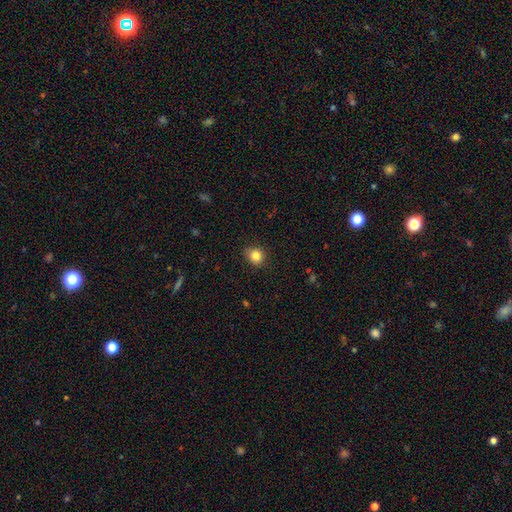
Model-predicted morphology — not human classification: type=smooth (83%); roundness=round (76%); merging=none (82%).